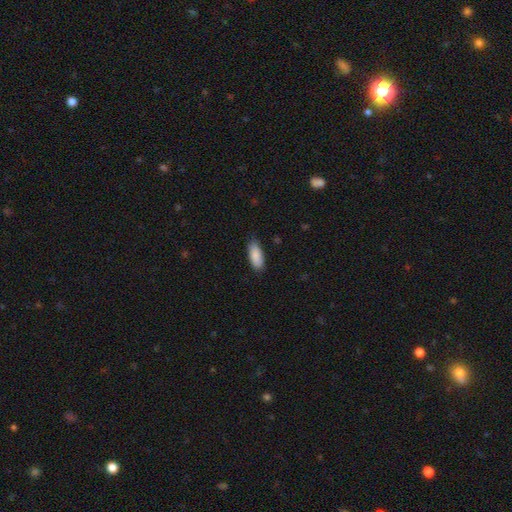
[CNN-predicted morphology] This is clearly a smooth galaxy (89%). How rounded: clearly in between (81%). Merging: likely none (80%).